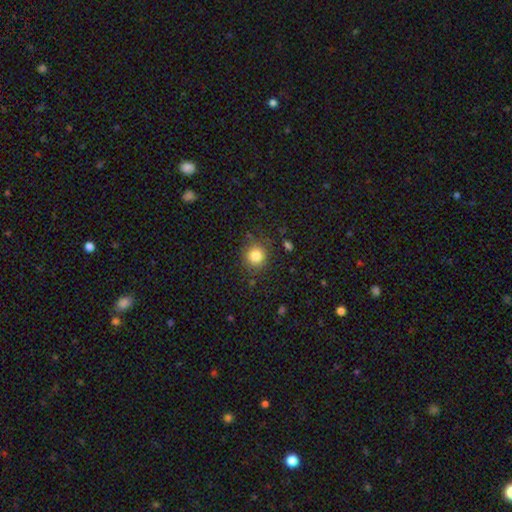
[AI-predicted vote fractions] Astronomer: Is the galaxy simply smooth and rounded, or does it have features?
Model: smooth — 83%.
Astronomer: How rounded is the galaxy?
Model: round — 89%.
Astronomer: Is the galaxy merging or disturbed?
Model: none — 84%.